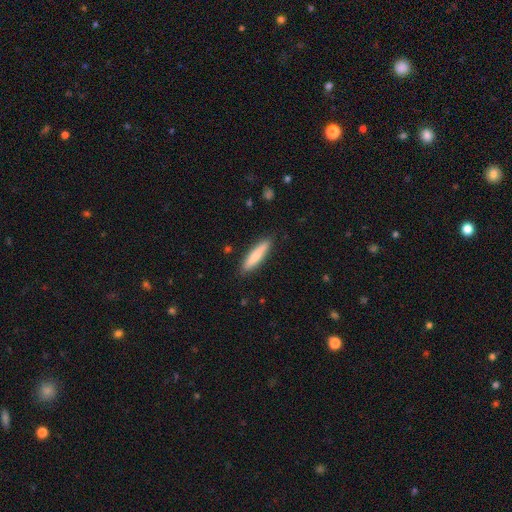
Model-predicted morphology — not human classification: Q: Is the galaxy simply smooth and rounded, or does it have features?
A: smooth — 77%.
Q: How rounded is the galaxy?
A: cigar-shaped — 85%.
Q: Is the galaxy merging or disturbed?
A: none — 88%.